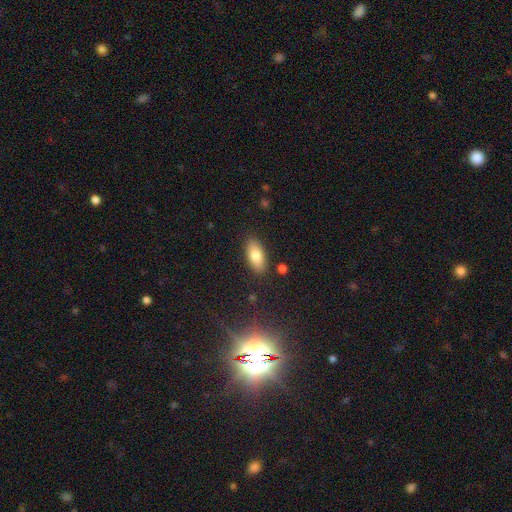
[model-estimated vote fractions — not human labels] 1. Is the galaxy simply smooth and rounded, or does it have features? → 80% smooth, 13% featured or disk, 7% star or artifact.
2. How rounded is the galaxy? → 87% in between, 10% cigar-shaped, 3% round.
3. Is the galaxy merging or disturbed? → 86% none, 10% minor disturbance, 2% major disturbance, 2% merger.